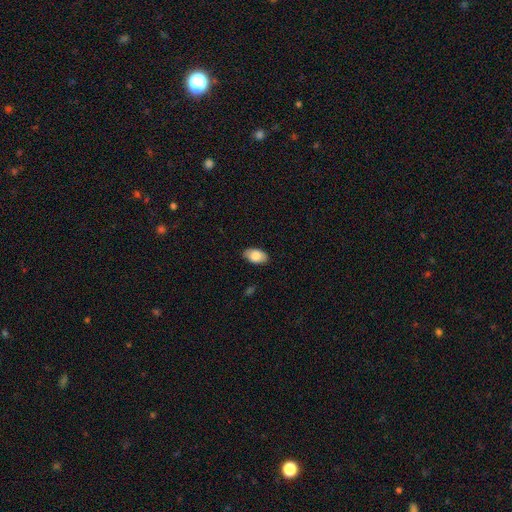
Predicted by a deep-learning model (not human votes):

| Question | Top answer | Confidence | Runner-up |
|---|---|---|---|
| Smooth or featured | smooth | 85% | featured or disk (9%) |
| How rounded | in between | 94% | round (5%) |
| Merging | none | 86% | minor disturbance (11%) |